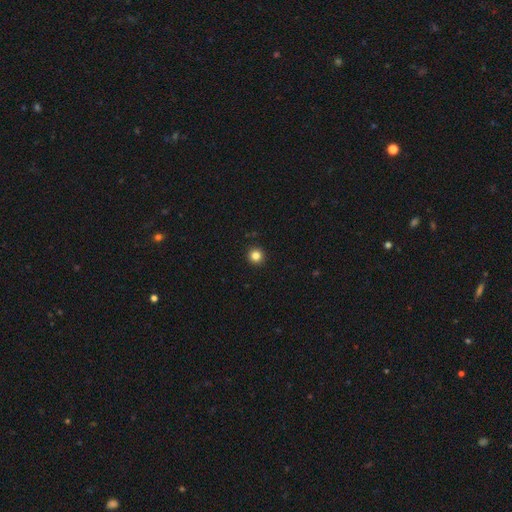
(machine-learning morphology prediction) smooth 84%, star or artifact 12%, featured or disk 5%. Down the decision tree: how rounded — round (96%); merging — none (94%).